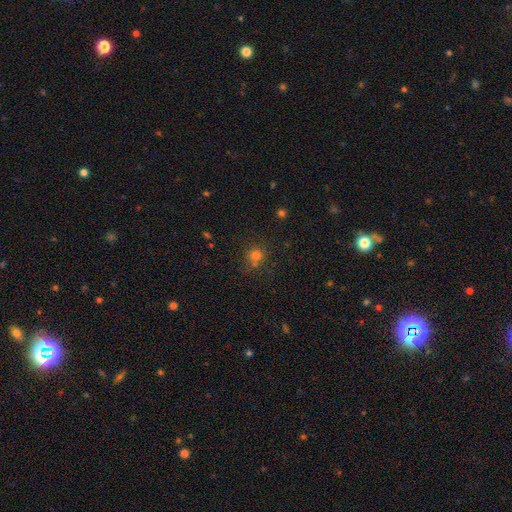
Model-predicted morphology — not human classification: Smooth or featured?
  - smooth: 74% *
  - star or artifact: 19%
  - featured or disk: 7%
How rounded?
  - round: 88% *
  - in between: 11%
  - cigar-shaped: 1%
Merging?
  - none: 69% *
  - merger: 15%
  - minor disturbance: 12%
  - major disturbance: 4%